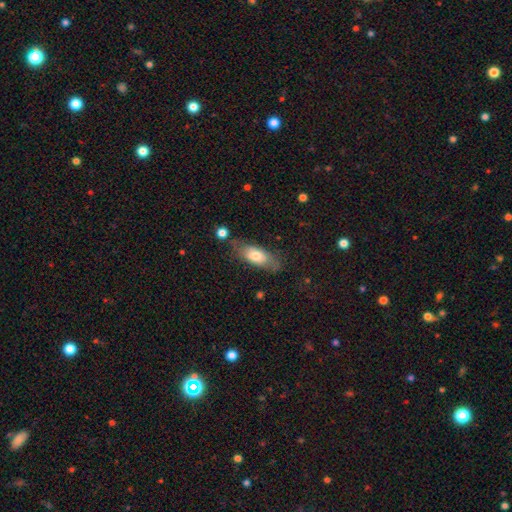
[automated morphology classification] type=smooth (70%); roundness=in between (79%); merging=none (64%).